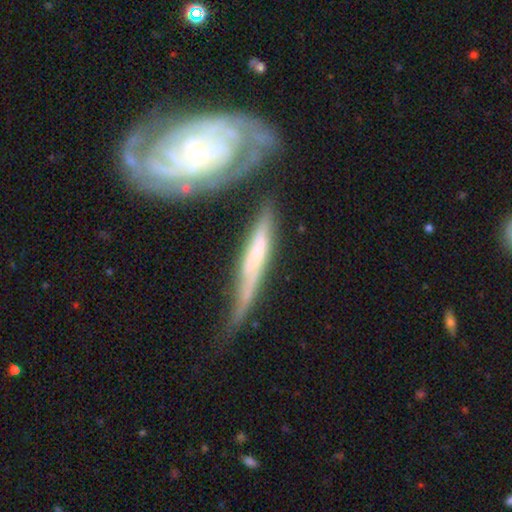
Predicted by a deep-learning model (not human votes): Smooth or featured? featured or disk (69%)
Edge-on disk? yes (75%)
Edge-on bulge? none (56%)
Merging? none (55%)